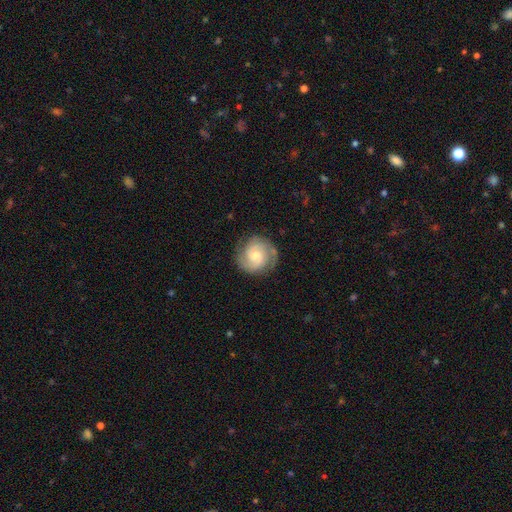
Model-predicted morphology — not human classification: This is likely a featured or disk galaxy (80%). It is clearly not viewed edge-on (98%). Bar: possibly no (55%). Spiral arm pattern: clearly yes (97%). Spiral arm count: likely 2 (78%). Spiral winding: possibly tight (49%). Central bulge: possibly small (51%). Merging: clearly none (81%).